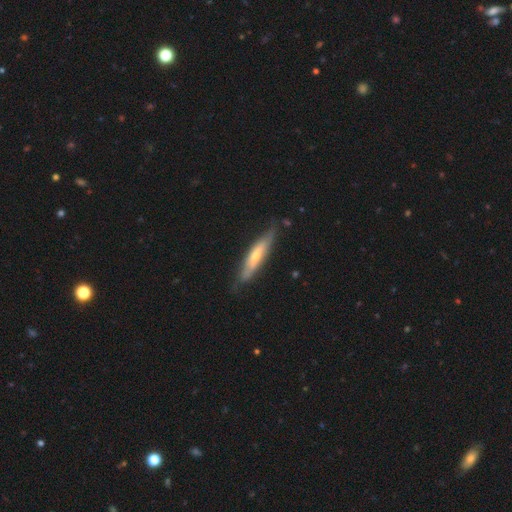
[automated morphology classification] Smooth or featured? Predicted: featured or disk (p=0.52). Edge-on disk? Predicted: yes (p=0.73). Merging? Predicted: none (p=0.71).